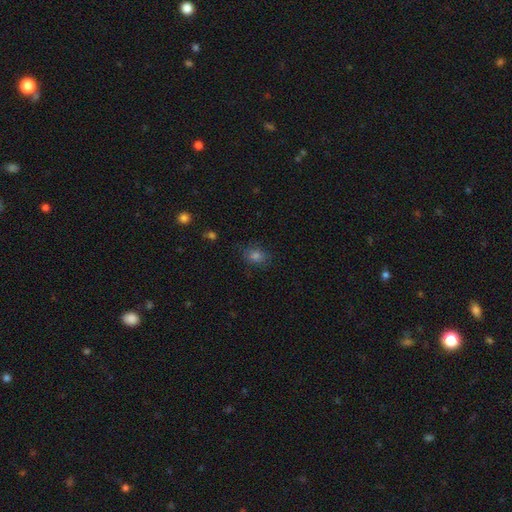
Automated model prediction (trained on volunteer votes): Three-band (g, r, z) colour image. It shows a smooth galaxy with no disk features (71%) that is in between round and cigar-shaped (53%). Merging: none (81%).